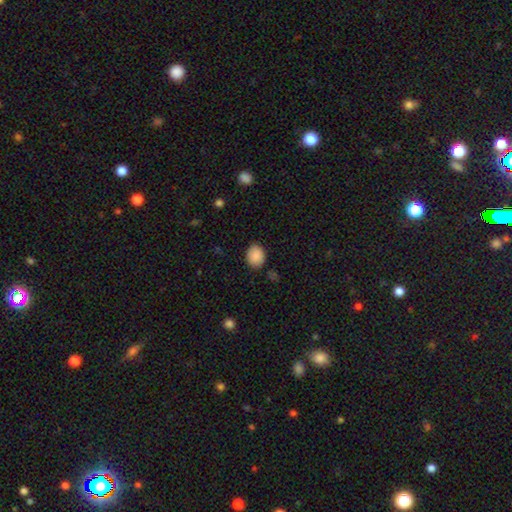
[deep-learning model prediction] Q: Smooth or featured?
A: smooth (88%); runner-up: star or artifact (8%)
Q: How rounded?
A: in between (54%); runner-up: round (45%)
Q: Merging?
A: none (84%); runner-up: minor disturbance (12%)